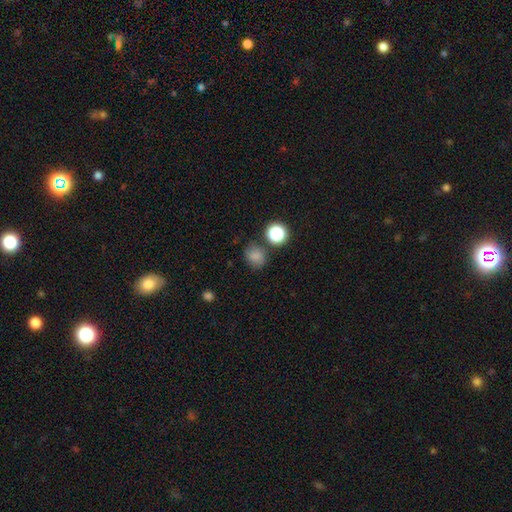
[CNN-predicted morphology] Q: Smooth or featured?
A: smooth (79%); runner-up: star or artifact (15%)
Q: How rounded?
A: round (68%); runner-up: in between (31%)
Q: Merging?
A: none (72%); runner-up: minor disturbance (16%)